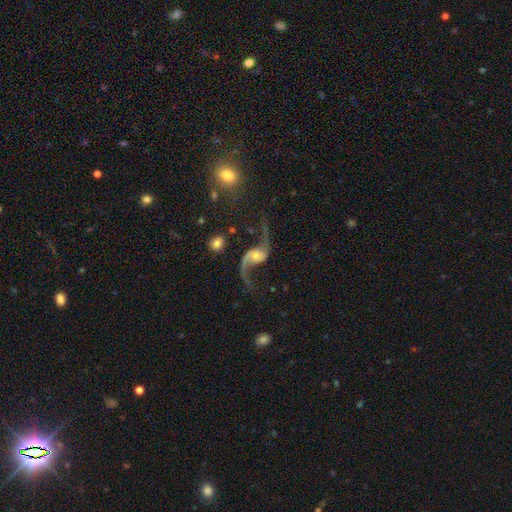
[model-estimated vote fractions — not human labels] smooth_or_featured: featured or disk (p=0.90) [alt: star or artifact p=0.06]
disk_edge_on: no (p=0.97) [alt: yes p=0.03]
bar: no (p=0.58) [alt: weak p=0.32]
has_spiral_arms: yes (p=0.97) [alt: no p=0.03]
spiral_winding: loose (p=0.91) [alt: medium p=0.07]
spiral_arm_count: 2 (p=0.93) [alt: 1 p=0.03]
bulge_size: moderate (p=0.45) [alt: small p=0.40]
merging: none (p=0.66) [alt: major disturbance p=0.16]